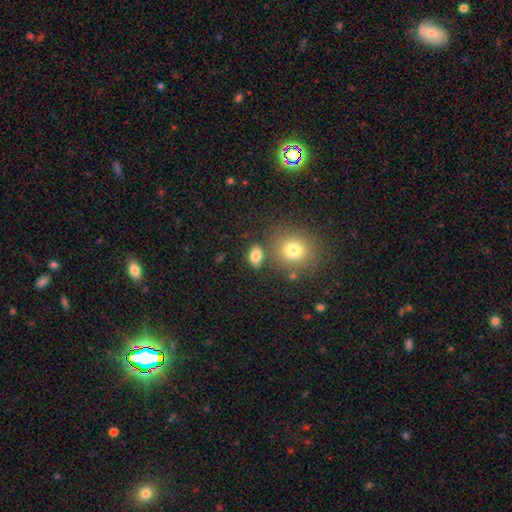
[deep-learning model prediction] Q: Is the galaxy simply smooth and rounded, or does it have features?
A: smooth — 82%.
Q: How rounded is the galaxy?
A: in between — 82%.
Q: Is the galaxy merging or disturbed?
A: none — 74%.